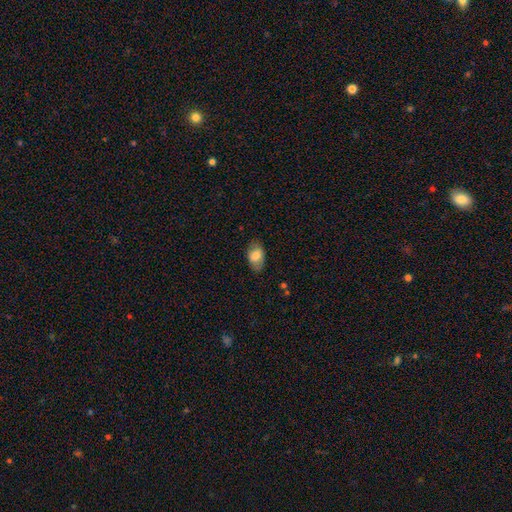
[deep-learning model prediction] A smooth galaxy with no disk features (77%) that is in between round and cigar-shaped (90%).

Vote fractions:
- Smooth or featured? smooth: 77% / featured or disk: 16% / star or artifact: 7%
- How rounded? in between: 90% / round: 9% / cigar-shaped: 1%
- Merging? none: 79% / minor disturbance: 16% / major disturbance: 4% / merger: 1%